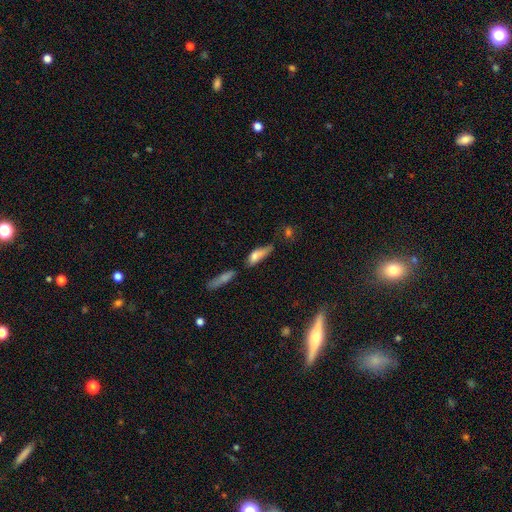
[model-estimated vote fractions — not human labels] smooth 72%, featured or disk 19%, star or artifact 9%. Down the decision tree: how rounded — in between (56%); merging — none (31%).